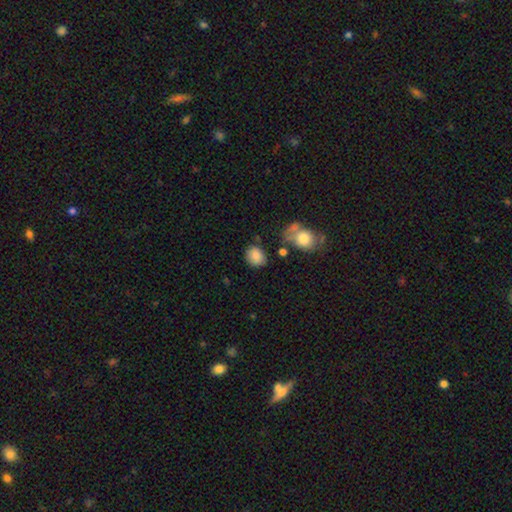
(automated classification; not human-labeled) smooth_or_featured: smooth (p=0.84) [alt: star or artifact p=0.08]
how_rounded: round (p=0.62) [alt: in between p=0.37]
merging: none (p=0.74) [alt: minor disturbance p=0.15]